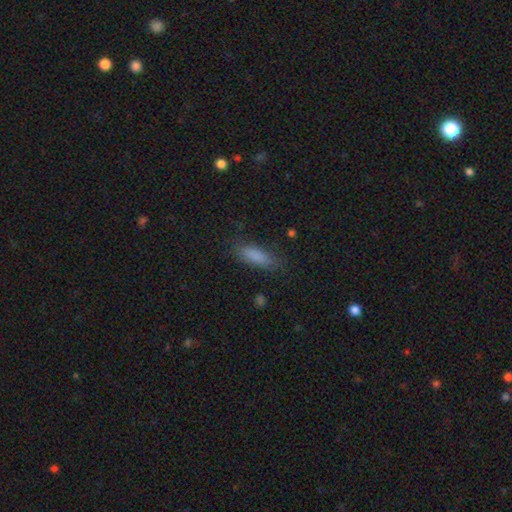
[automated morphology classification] The model was most divided on "how rounded": in between: 58%, cigar-shaped: 40%, round: 2%. More confident: smooth or featured — smooth (84%); merging — none (78%).